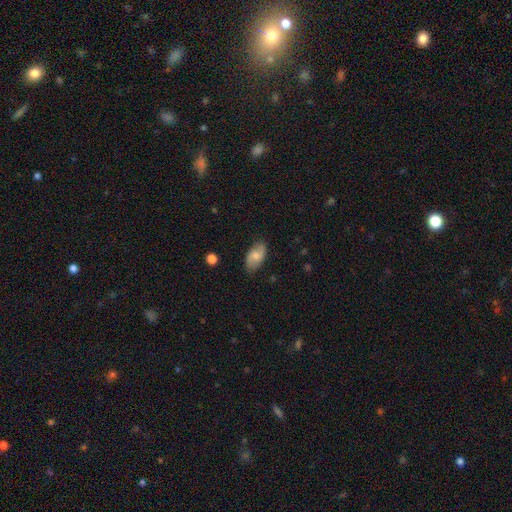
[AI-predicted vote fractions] This appears to be a smooth galaxy with no disk features (64%) that is in between round and cigar-shaped (93%). Merging: none (81%).